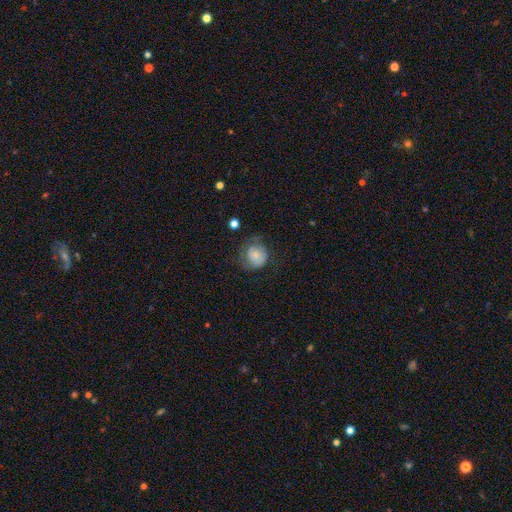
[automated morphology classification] This appears to be a smooth galaxy with no disk features (68%) that is round (81%). Merging: none (54%).